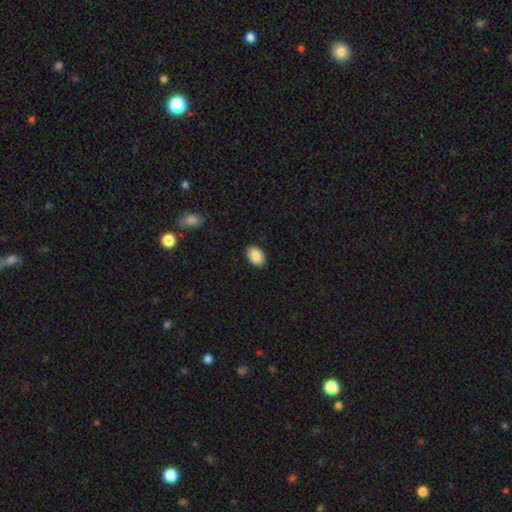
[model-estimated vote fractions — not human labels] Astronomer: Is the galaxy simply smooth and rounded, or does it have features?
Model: smooth — 88%.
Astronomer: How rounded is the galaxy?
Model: in between — 86%.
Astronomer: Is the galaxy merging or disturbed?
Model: none — 89%.